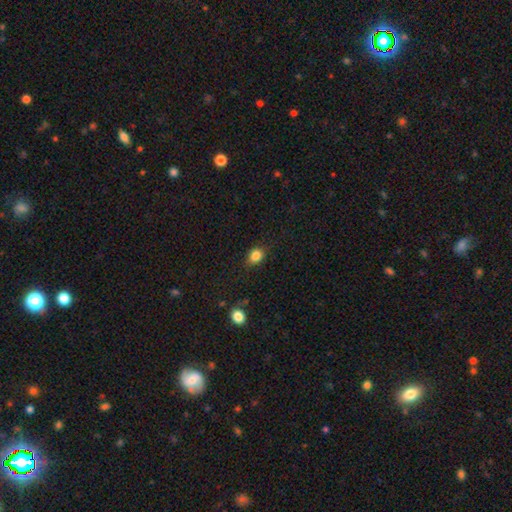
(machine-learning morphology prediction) smooth 84%, star or artifact 11%, featured or disk 5%. Down the decision tree: how rounded — in between (50%); merging — none (78%).